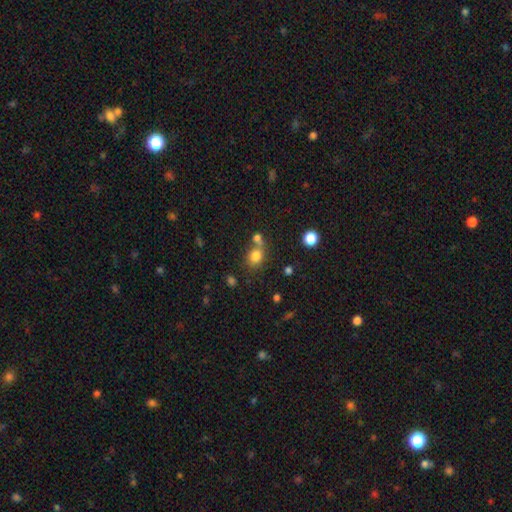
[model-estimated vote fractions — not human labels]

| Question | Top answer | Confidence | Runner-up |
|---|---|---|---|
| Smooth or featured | smooth | 79% | star or artifact (13%) |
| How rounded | round | 69% | in between (30%) |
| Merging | none | 48% | merger (36%) |